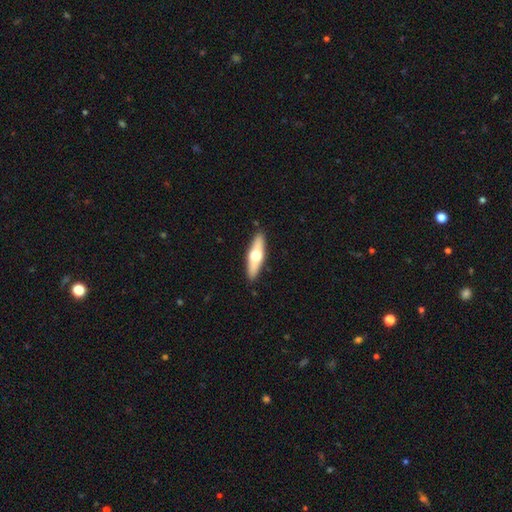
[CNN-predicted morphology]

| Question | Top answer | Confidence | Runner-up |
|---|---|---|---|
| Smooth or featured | featured or disk | 51% | smooth (44%) |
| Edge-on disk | yes | 87% | no (13%) |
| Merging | none | 89% | minor disturbance (8%) |